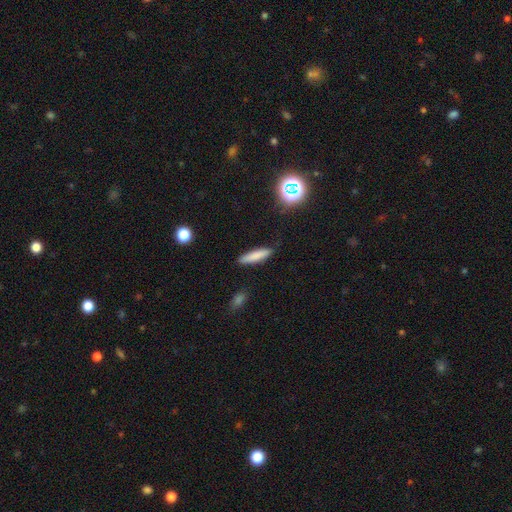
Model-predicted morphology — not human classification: This appears to be a smooth galaxy with no disk features (82%) that is cigar-shaped (78%). Merging: none (88%).